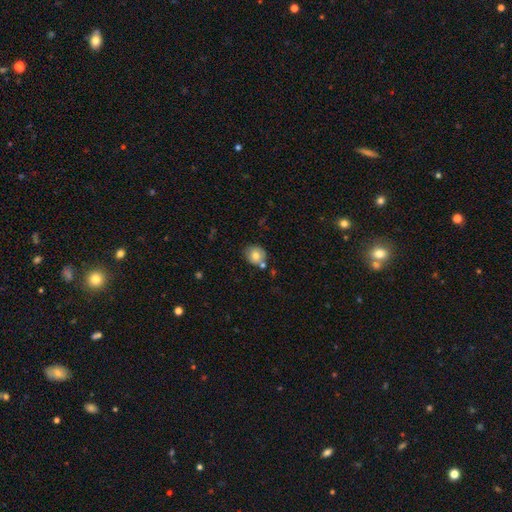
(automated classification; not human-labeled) Q: Smooth or featured?
A: smooth (76%); runner-up: featured or disk (15%)
Q: How rounded?
A: round (78%); runner-up: in between (21%)
Q: Merging?
A: none (69%); runner-up: minor disturbance (15%)